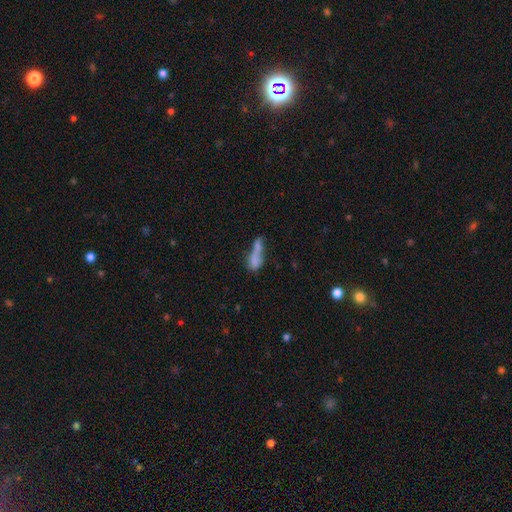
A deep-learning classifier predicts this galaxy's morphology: Smooth or featured?
  - smooth: 63% *
  - featured or disk: 25%
  - star or artifact: 12%
How rounded?
  - cigar-shaped: 59% *
  - in between: 36%
  - round: 5%
Merging?
  - merger: 37% *
  - none: 29%
  - major disturbance: 18%
  - minor disturbance: 17%